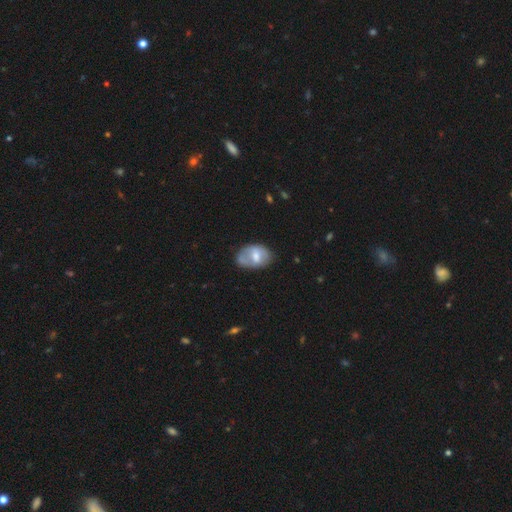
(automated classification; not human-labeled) This appears to be a smooth galaxy with no disk features (55%) that is in between round and cigar-shaped (86%). Merging: none (50%).